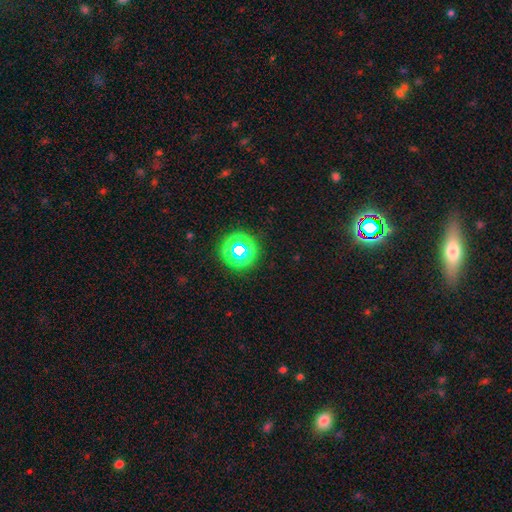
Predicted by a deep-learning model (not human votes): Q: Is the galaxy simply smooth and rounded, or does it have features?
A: star or artifact — 55%.